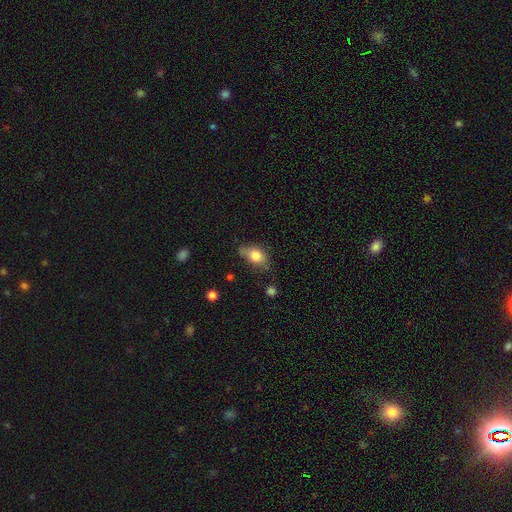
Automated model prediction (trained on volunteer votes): smooth-or-featured: smooth: 76% | featured or disk: 15% | star or artifact: 8%
  how-rounded: in between: 79% | round: 18% | cigar-shaped: 3%
  merging: none: 60% | minor disturbance: 30% | major disturbance: 7% | merger: 3%